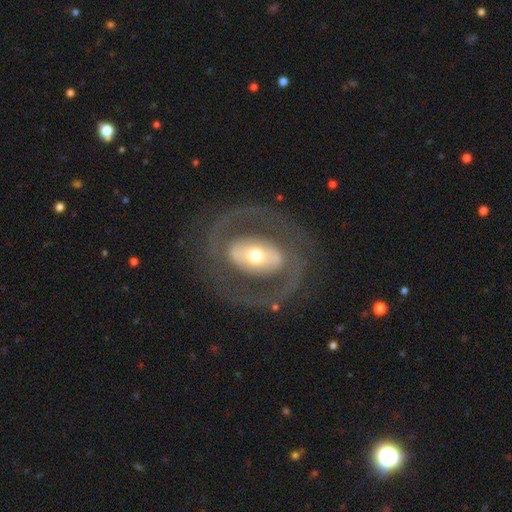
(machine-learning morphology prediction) Smooth or featured? Predicted: featured or disk (p=0.79). Edge-on disk? Predicted: no (p=0.94). Bar? Predicted: strong (p=0.40). Spiral arms? Predicted: yes (p=0.60). Bulge size? Predicted: moderate (p=0.58). Merging? Predicted: none (p=0.75).